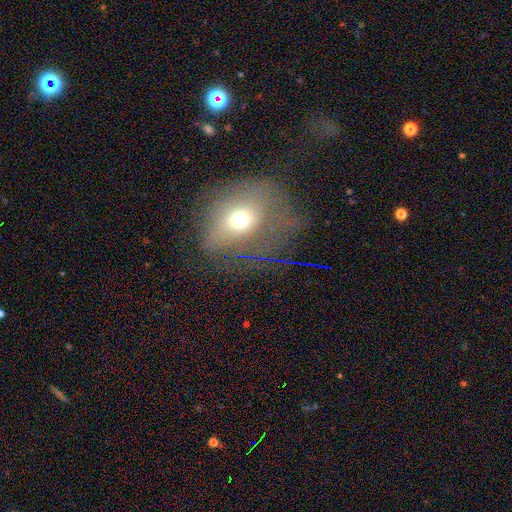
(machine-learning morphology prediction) A smooth galaxy with no disk features (53%) that is round (57%).

Vote fractions:
- Smooth or featured? smooth: 53% / featured or disk: 29% / star or artifact: 19%
- How rounded? round: 57% / in between: 41% / cigar-shaped: 2%
- Merging? none: 41% / major disturbance: 30% / minor disturbance: 25% / merger: 3%